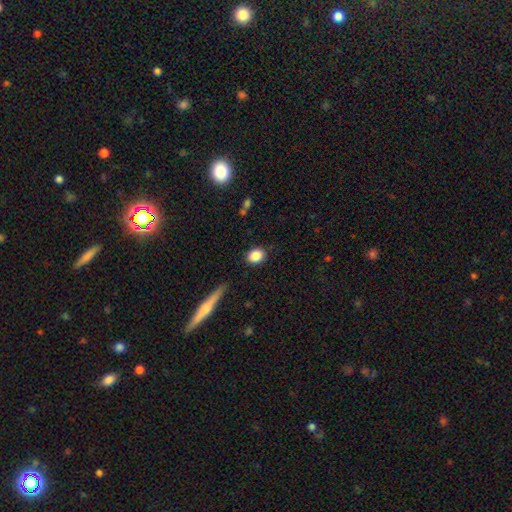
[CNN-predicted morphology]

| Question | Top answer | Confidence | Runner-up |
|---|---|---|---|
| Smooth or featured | smooth | 86% | star or artifact (8%) |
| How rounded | in between | 53% | round (45%) |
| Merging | none | 86% | minor disturbance (9%) |